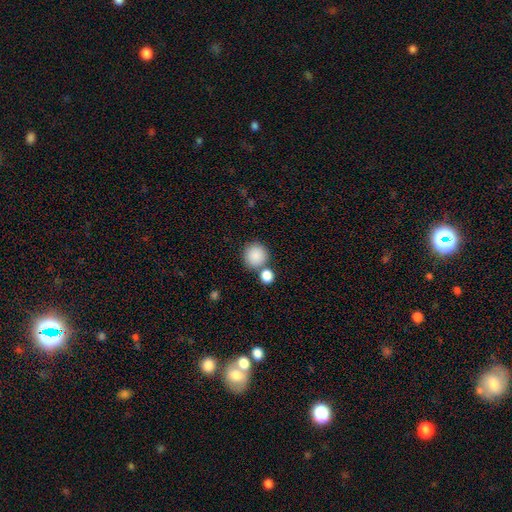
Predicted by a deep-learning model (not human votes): This is clearly a smooth galaxy (87%). How rounded: clearly round (91%). Merging: likely none (69%).